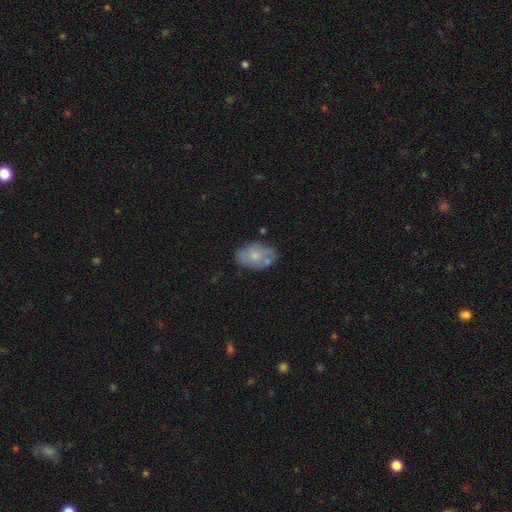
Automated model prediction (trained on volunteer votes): The model was most divided on "smooth or featured": smooth: 62%, featured or disk: 31%, star or artifact: 7%. More confident: how rounded — in between (88%); merging — none (64%).